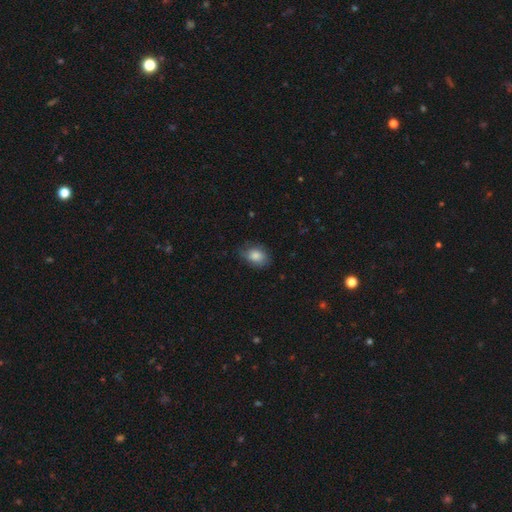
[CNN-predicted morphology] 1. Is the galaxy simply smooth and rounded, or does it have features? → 83% smooth, 9% featured or disk, 8% star or artifact.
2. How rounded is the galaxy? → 73% in between, 26% round, 1% cigar-shaped.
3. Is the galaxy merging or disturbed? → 68% none, 25% minor disturbance, 6% major disturbance, 1% merger.